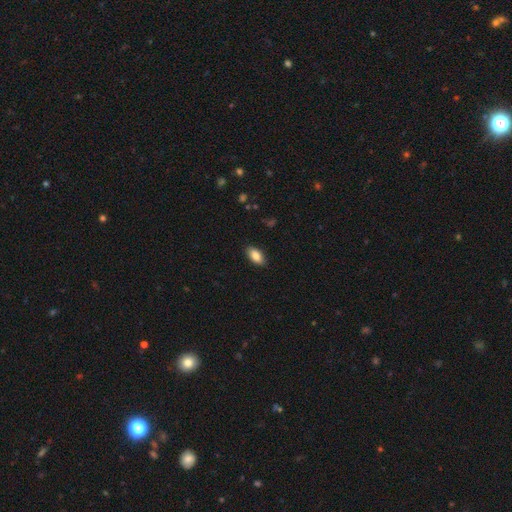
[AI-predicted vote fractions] Overall: smooth (85%). How rounded: in between (92%). Merging: none (88%).